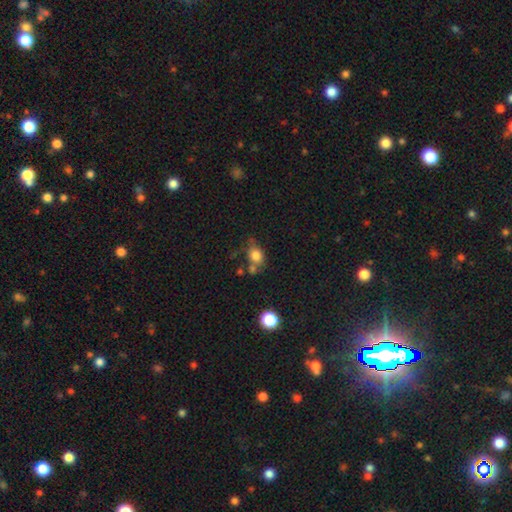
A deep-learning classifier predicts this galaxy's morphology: smooth 79%, star or artifact 11%, featured or disk 10%. Down the decision tree: how rounded — round (50%); merging — none (50%).